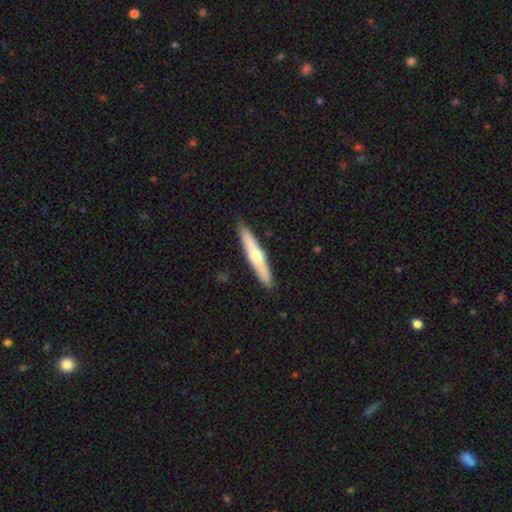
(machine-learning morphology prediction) Smooth or featured? featured or disk (52%)
Edge-on disk? yes (93%)
Merging? none (91%)